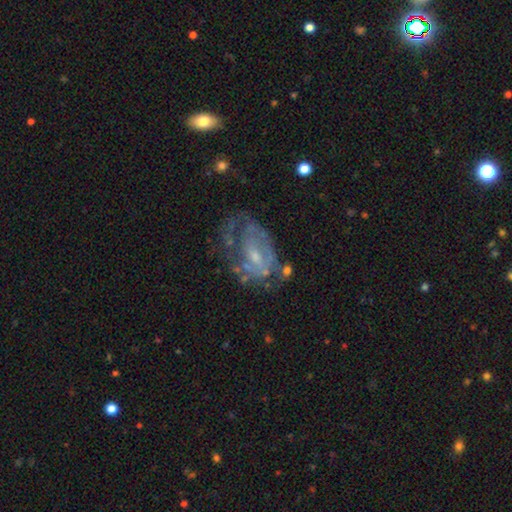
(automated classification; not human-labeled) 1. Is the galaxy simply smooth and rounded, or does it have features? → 69% featured or disk, 16% star or artifact, 15% smooth.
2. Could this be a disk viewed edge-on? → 95% no, 5% yes.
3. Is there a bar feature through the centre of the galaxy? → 52% no, 38% weak, 10% strong.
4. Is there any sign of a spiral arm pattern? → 73% yes, 27% no.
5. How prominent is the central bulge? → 66% small, 24% moderate, 7% none, 2% large, 1% dominant.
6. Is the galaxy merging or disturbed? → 56% none, 20% minor disturbance, 19% major disturbance, 4% merger.